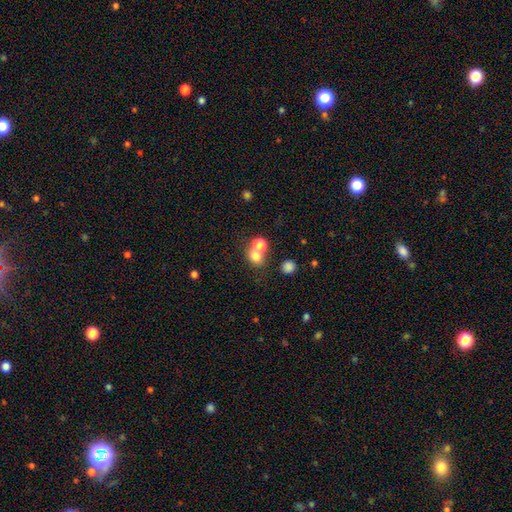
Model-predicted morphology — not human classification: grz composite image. It shows a smooth galaxy with no disk features (73%) that is round (70%). Merging: none (46%).